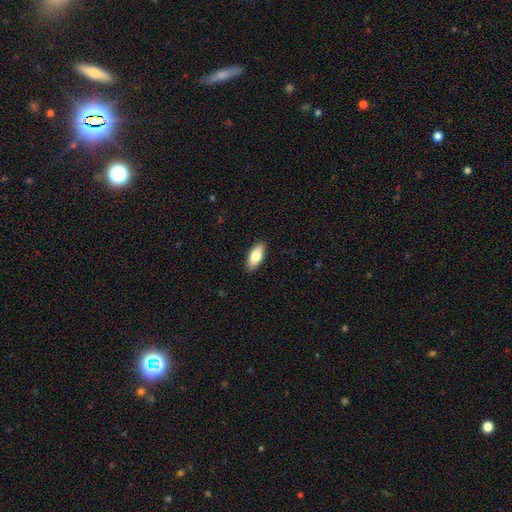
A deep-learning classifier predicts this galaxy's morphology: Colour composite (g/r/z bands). It shows a smooth galaxy with no disk features (79%) that is in between round and cigar-shaped (78%). Merging: none (90%).